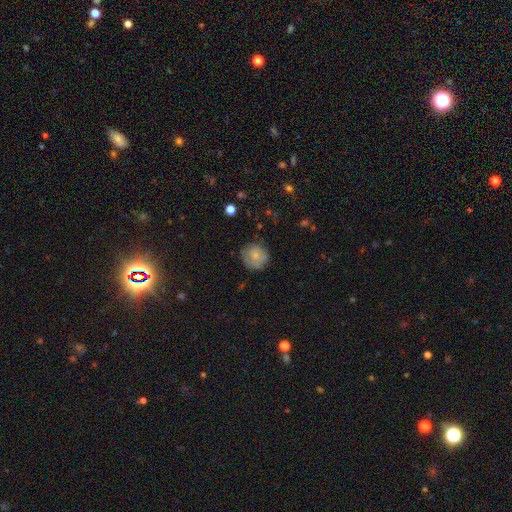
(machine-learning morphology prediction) type=smooth (76%); roundness=round (90%); merging=none (74%).